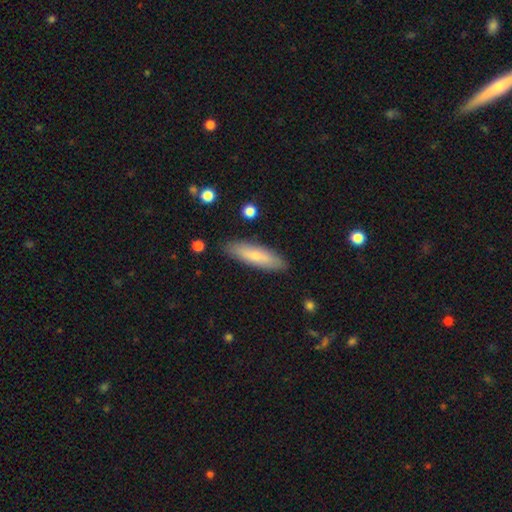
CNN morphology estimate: Smooth or featured: smooth — 73% (featured or disk — 21%)
How rounded: cigar-shaped — 65% (in between — 33%)
Merging: none — 88% (minor disturbance — 9%)